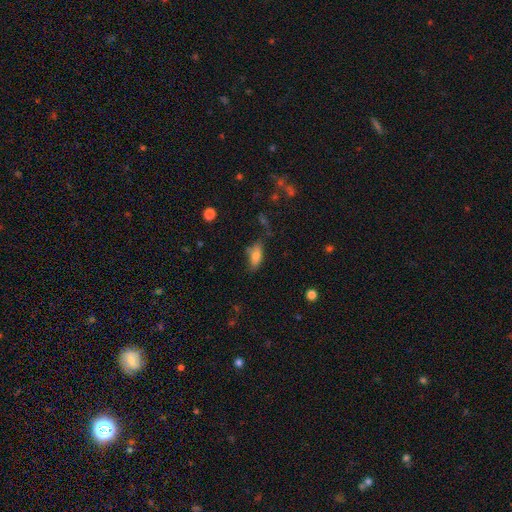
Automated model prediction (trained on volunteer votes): Smooth or featured: smooth — 78% (featured or disk — 13%)
How rounded: in between — 83% (cigar-shaped — 14%)
Merging: none — 63% (minor disturbance — 25%)